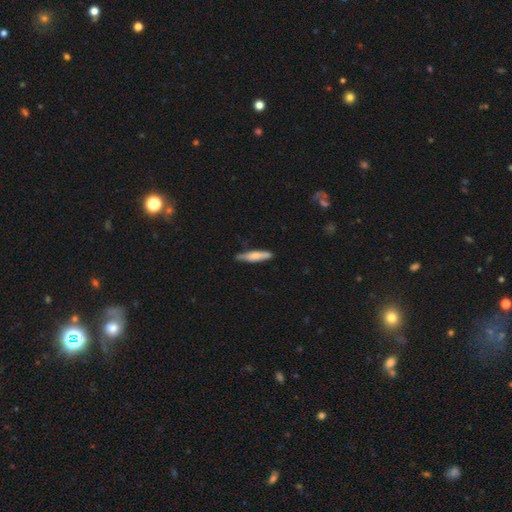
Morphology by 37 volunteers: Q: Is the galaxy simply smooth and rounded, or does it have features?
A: smooth — 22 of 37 (59%).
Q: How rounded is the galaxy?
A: cigar-shaped — 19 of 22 (86%).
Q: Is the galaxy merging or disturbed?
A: none — 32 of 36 (89%).